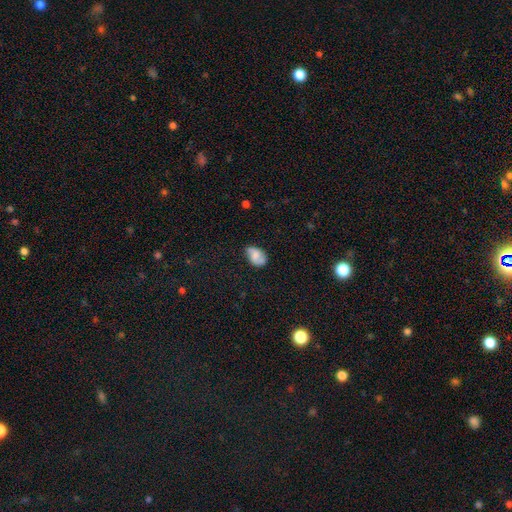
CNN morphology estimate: Smooth or featured? smooth (59%)
How rounded? in between (85%)
Merging? none (64%)